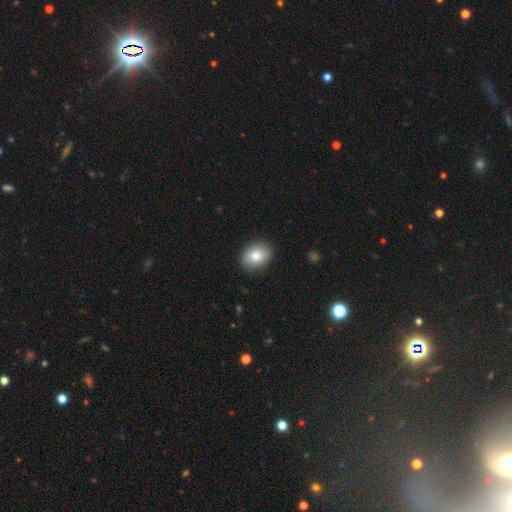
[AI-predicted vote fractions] This is clearly a smooth galaxy (81%). How rounded: likely in between (69%). Merging: clearly none (89%).